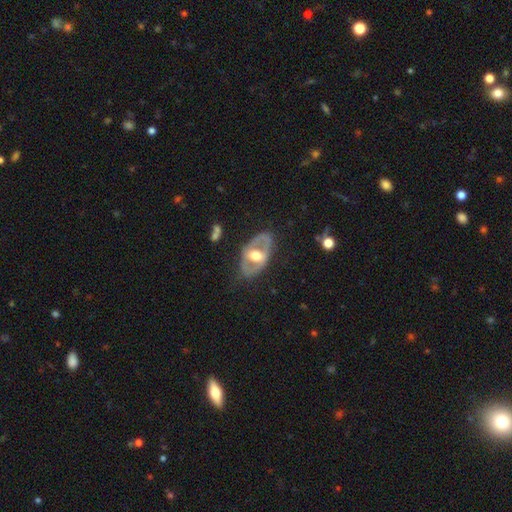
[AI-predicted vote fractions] Smooth or featured? featured or disk (67%)
Edge-on disk? no (88%)
Bar? no (47%)
Spiral arms? no (75%)
Bulge size? moderate (67%)
Merging? none (74%)